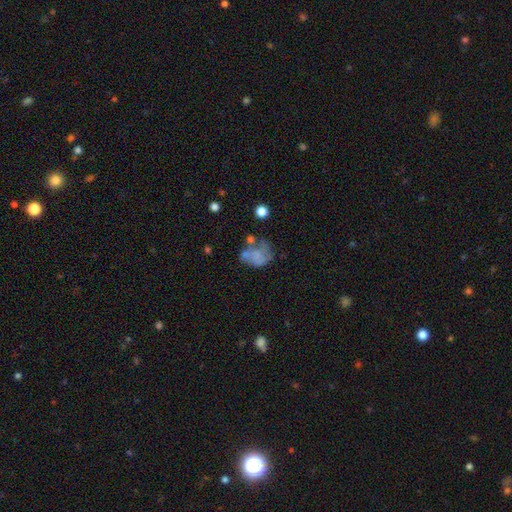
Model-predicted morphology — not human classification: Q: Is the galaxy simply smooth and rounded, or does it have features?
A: smooth — 48%.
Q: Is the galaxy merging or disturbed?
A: major disturbance — 33%.